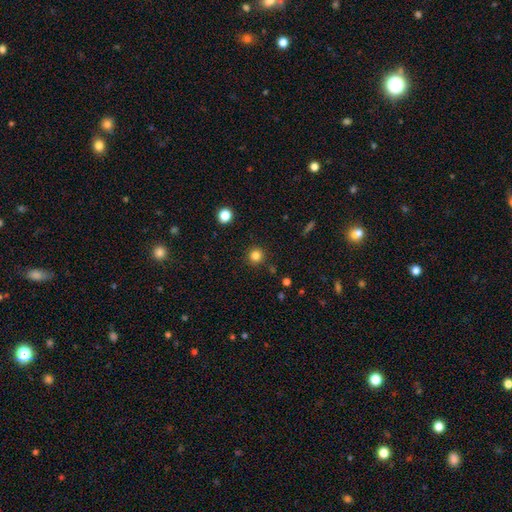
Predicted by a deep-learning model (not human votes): Smooth or featured? smooth (82%)
How rounded? round (95%)
Merging? none (90%)